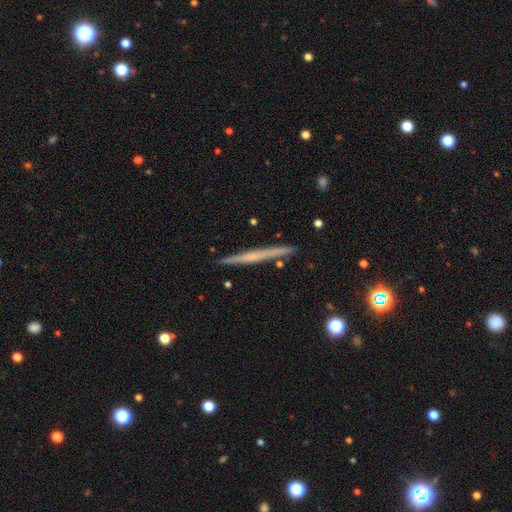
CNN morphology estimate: Q: Smooth or featured?
A: featured or disk (58%); runner-up: smooth (35%)
Q: Edge-on disk?
A: yes (98%); runner-up: no (2%)
Q: Edge-on bulge?
A: none (78%); runner-up: rounded (17%)
Q: Merging?
A: none (90%); runner-up: minor disturbance (7%)